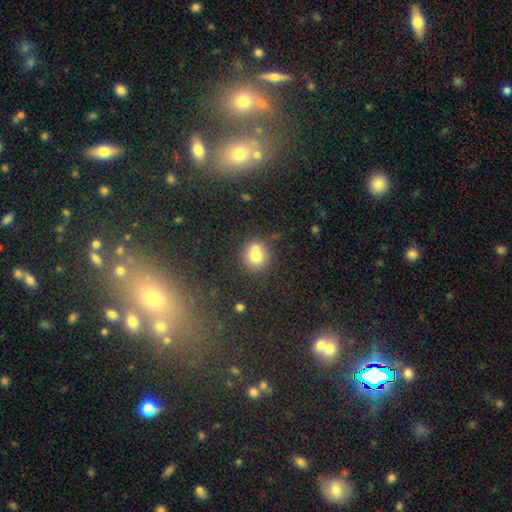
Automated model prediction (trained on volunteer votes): smooth 72%, featured or disk 15%, star or artifact 13%. Down the decision tree: how rounded — round (86%); merging — none (52%).